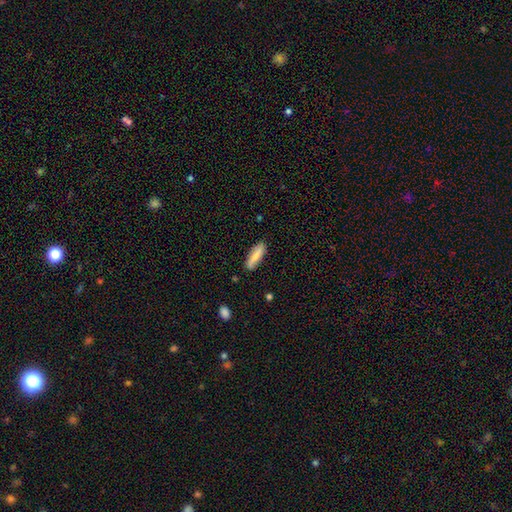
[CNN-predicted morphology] smooth-or-featured: smooth: 74% | featured or disk: 20% | star or artifact: 6%
  how-rounded: cigar-shaped: 55% | in between: 43% | round: 2%
  merging: none: 81% | minor disturbance: 15% | major disturbance: 3% | merger: 2%